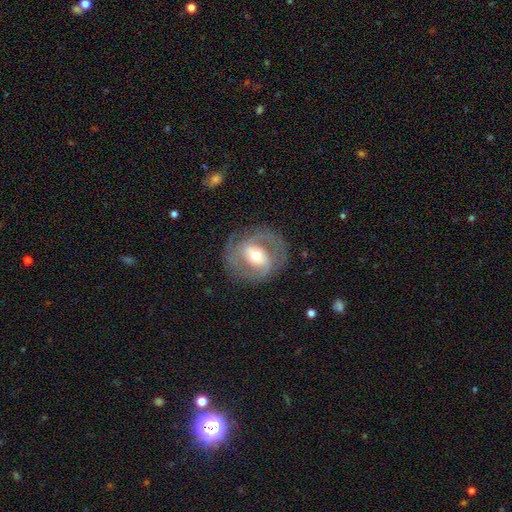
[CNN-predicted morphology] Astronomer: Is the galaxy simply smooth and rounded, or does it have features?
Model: featured or disk — 77%.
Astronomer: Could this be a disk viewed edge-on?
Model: no — 97%.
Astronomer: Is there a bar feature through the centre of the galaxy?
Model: weak — 41% (runner-up: no, 31%).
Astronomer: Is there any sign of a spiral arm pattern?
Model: yes — 84%.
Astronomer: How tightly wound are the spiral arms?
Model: medium — 45% (runner-up: tight, 38%).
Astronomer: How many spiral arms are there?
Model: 2 — 77%.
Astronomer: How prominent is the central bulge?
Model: moderate — 68%.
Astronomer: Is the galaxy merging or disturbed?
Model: none — 77%.